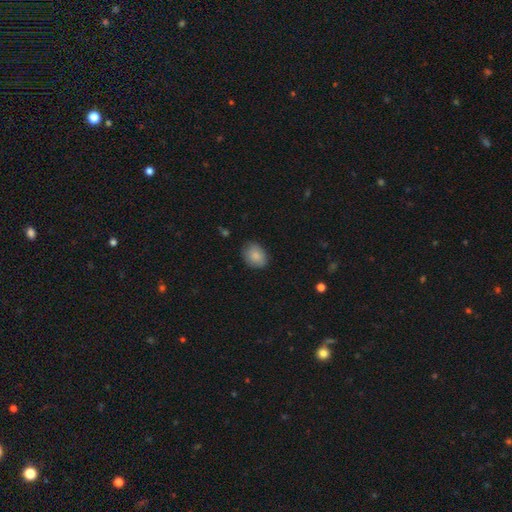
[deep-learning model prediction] Smooth or featured? Predicted: smooth (p=0.86). How rounded? Predicted: in between (p=0.59). Merging? Predicted: none (p=0.81).